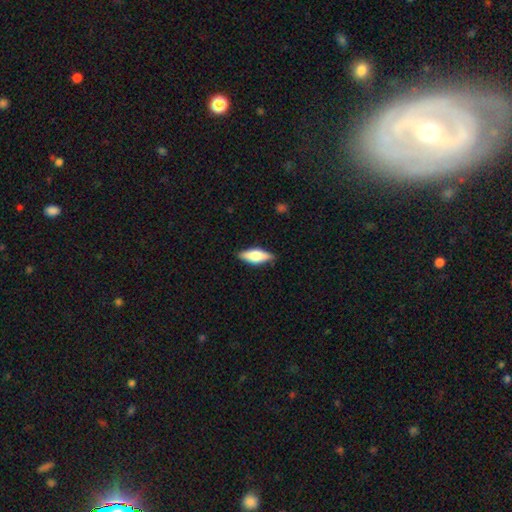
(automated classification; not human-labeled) A smooth galaxy with no disk features (59%) that is in between round and cigar-shaped (66%). Merging: none (85%).